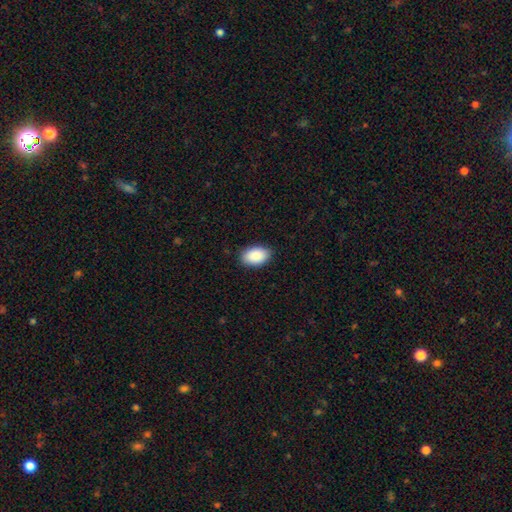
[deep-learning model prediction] Overall: smooth (91%). How rounded: in between (91%). Merging: none (87%).